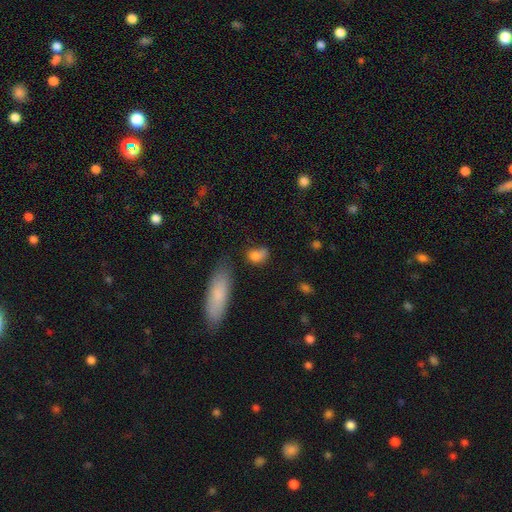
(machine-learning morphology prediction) smooth_or_featured: smooth (p=0.80) [alt: star or artifact p=0.10]
how_rounded: in between (p=0.72) [alt: round p=0.23]
merging: none (p=0.50) [alt: minor disturbance p=0.27]